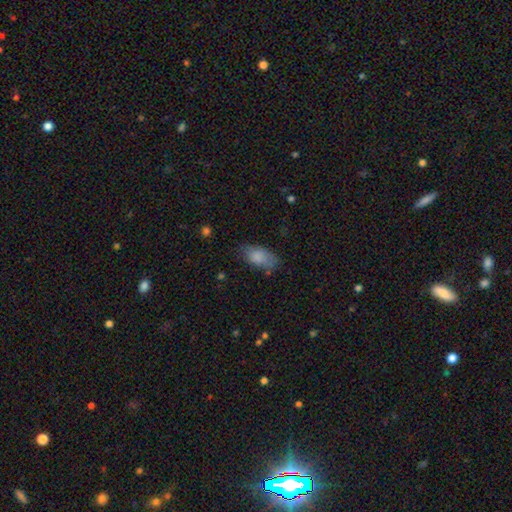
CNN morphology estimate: The model was most divided on "merging": none: 71%, minor disturbance: 21%, major disturbance: 6%, merger: 2%. More confident: how rounded — in between (89%); smooth or featured — smooth (79%).